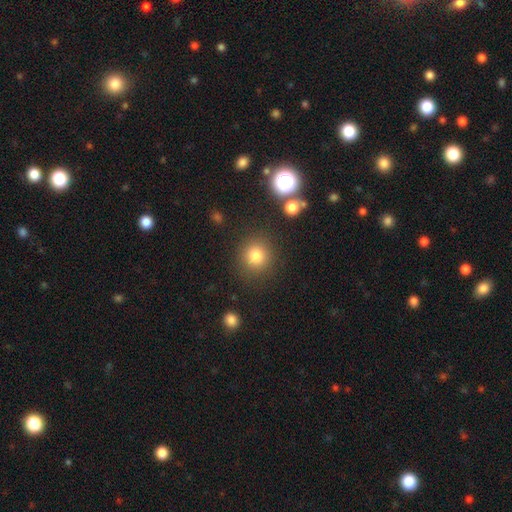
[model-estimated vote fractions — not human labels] The model was most divided on "smooth or featured": smooth: 80%, star or artifact: 13%, featured or disk: 6%. More confident: how rounded — round (90%); merging — none (84%).